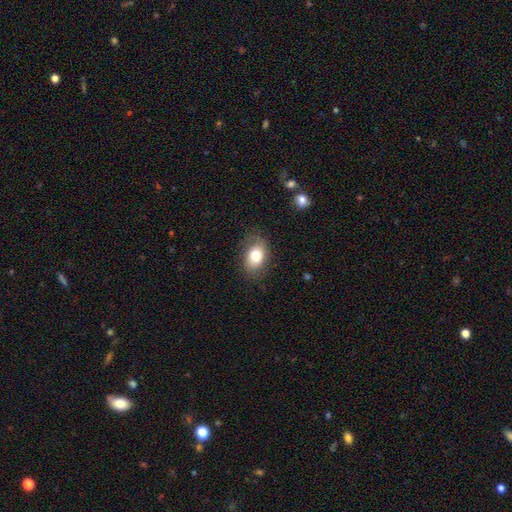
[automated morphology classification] This is likely a smooth galaxy (76%). How rounded: likely in between (78%). Merging: likely none (77%).